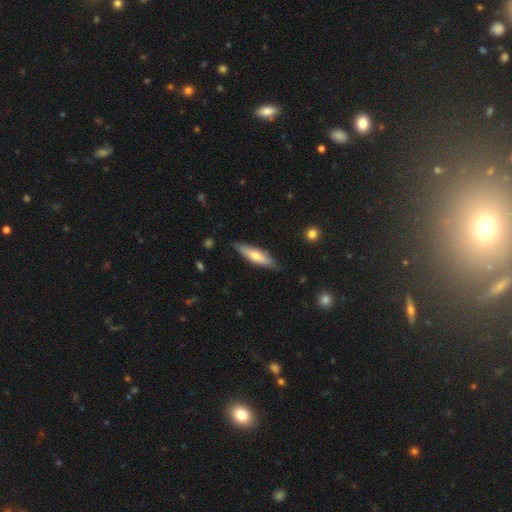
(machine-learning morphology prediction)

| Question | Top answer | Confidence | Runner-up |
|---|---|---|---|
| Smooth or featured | smooth | 54% | featured or disk (41%) |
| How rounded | cigar-shaped | 69% | in between (29%) |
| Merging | none | 82% | minor disturbance (14%) |